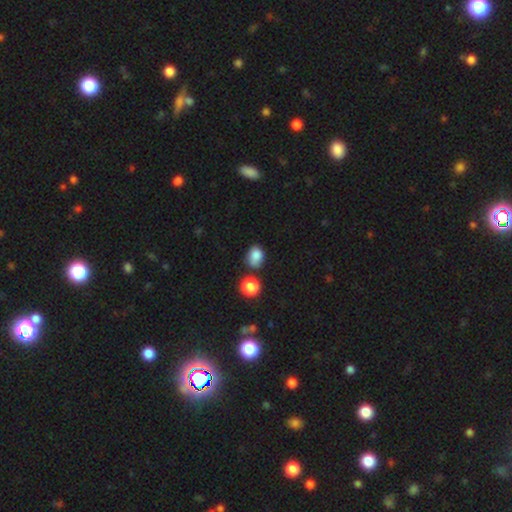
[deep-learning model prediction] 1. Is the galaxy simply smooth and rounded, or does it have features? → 82% smooth, 11% star or artifact, 7% featured or disk.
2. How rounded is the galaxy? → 56% in between, 43% round, 1% cigar-shaped.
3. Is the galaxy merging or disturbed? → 60% none, 23% minor disturbance, 11% merger, 6% major disturbance.